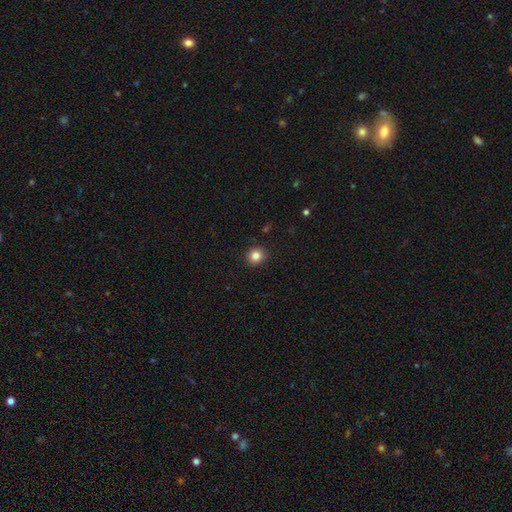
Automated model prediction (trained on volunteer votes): This appears to be a smooth galaxy with no disk features (84%) that is round (90%). Merging: none (92%).